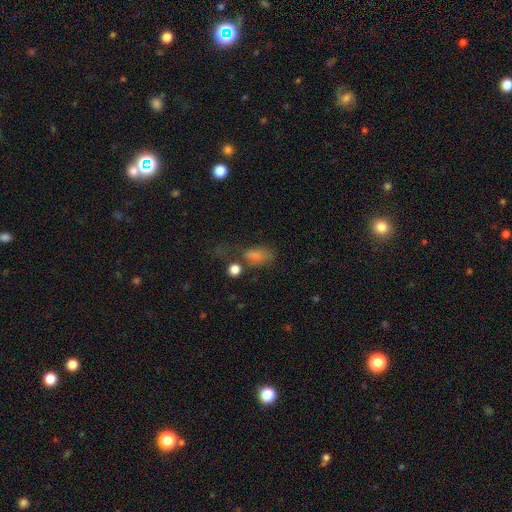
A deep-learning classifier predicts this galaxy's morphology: smooth_or_featured: smooth (p=0.73) [alt: star or artifact p=0.15]
how_rounded: in between (p=0.82) [alt: round p=0.13]
merging: none (p=0.36) [alt: major disturbance p=0.27]